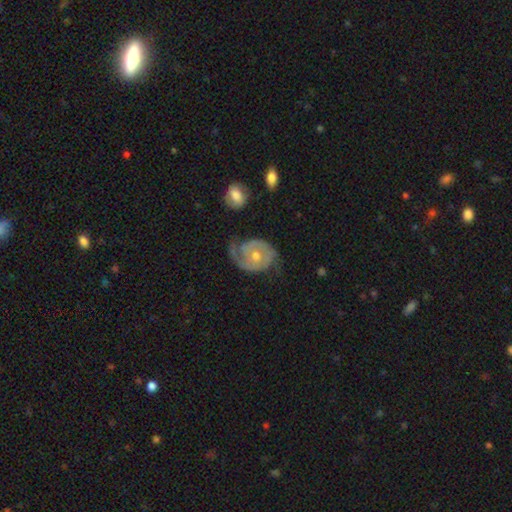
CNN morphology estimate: Q: Smooth or featured?
A: featured or disk (85%); runner-up: smooth (10%)
Q: Edge-on disk?
A: no (97%); runner-up: yes (3%)
Q: Bar?
A: no (74%); runner-up: weak (21%)
Q: Spiral arms?
A: yes (94%); runner-up: no (6%)
Q: Spiral winding?
A: tight (50%); runner-up: medium (36%)
Q: Spiral arm count?
A: 2 (66%); runner-up: 1 (18%)
Q: Bulge size?
A: moderate (61%); runner-up: small (35%)
Q: Merging?
A: none (59%); runner-up: minor disturbance (24%)